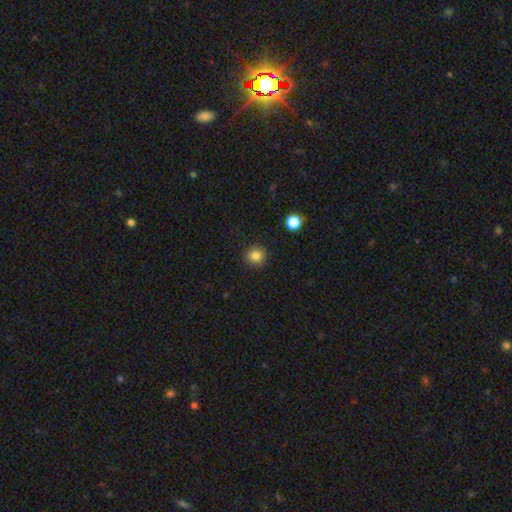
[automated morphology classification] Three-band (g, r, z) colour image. It shows a smooth galaxy with no disk features (84%) that is round (92%). Merging: none (91%).